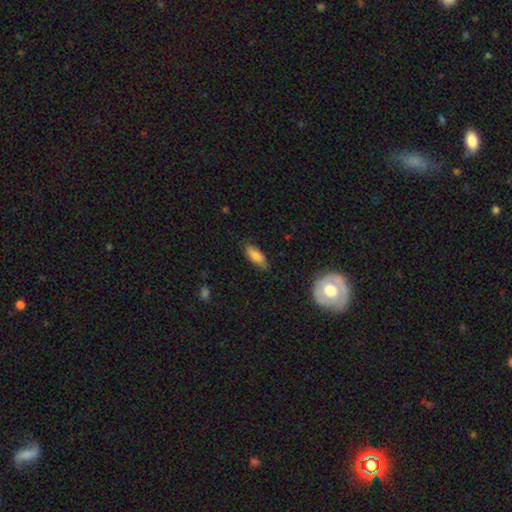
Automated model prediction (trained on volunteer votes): Smooth or featured? smooth (81%)
How rounded? in between (79%)
Merging? none (78%)